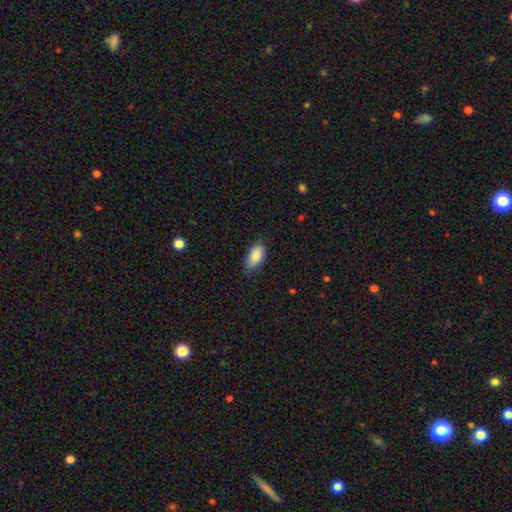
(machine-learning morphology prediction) Q: Smooth or featured?
A: smooth (86%); runner-up: featured or disk (7%)
Q: How rounded?
A: in between (92%); runner-up: cigar-shaped (5%)
Q: Merging?
A: none (71%); runner-up: minor disturbance (24%)